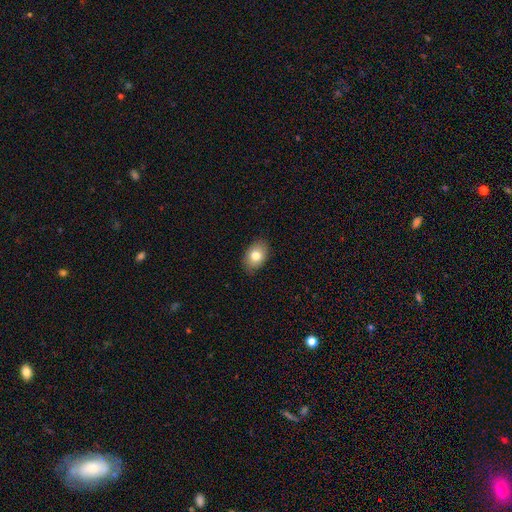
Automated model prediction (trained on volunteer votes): smooth_or_featured: smooth (p=0.80) [alt: featured or disk p=0.12]
how_rounded: in between (p=0.80) [alt: round p=0.19]
merging: none (p=0.86) [alt: minor disturbance p=0.11]